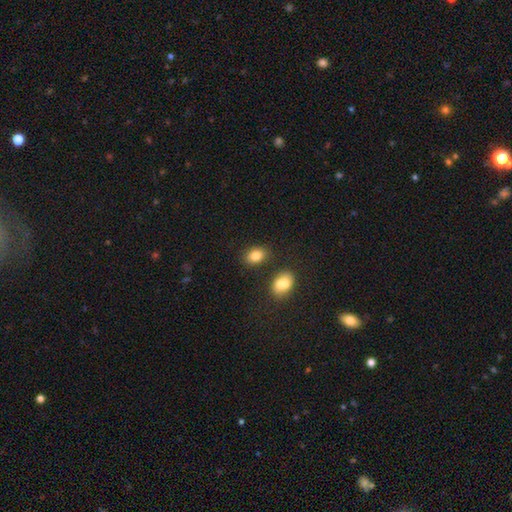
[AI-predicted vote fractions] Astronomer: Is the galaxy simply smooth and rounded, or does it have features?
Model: smooth — 83%.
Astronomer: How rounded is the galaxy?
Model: in between — 72%.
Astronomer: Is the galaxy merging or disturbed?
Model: none — 79%.